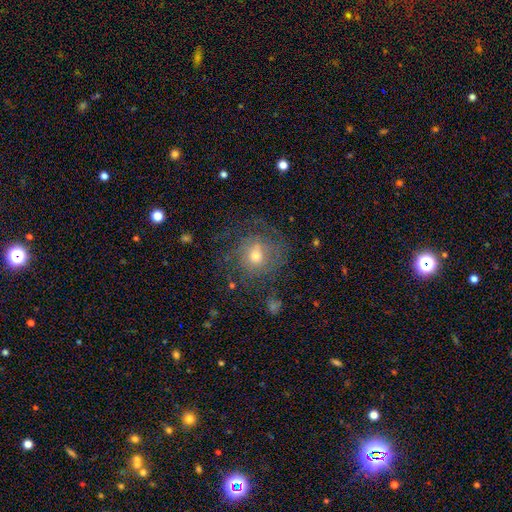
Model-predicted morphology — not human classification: Q: Smooth or featured?
A: featured or disk (53%); runner-up: smooth (34%)
Q: Edge-on disk?
A: no (96%); runner-up: yes (4%)
Q: Bar?
A: no (72%); runner-up: weak (24%)
Q: Spiral arms?
A: yes (73%); runner-up: no (27%)
Q: Bulge size?
A: moderate (59%); runner-up: small (32%)
Q: Merging?
A: none (66%); runner-up: minor disturbance (17%)